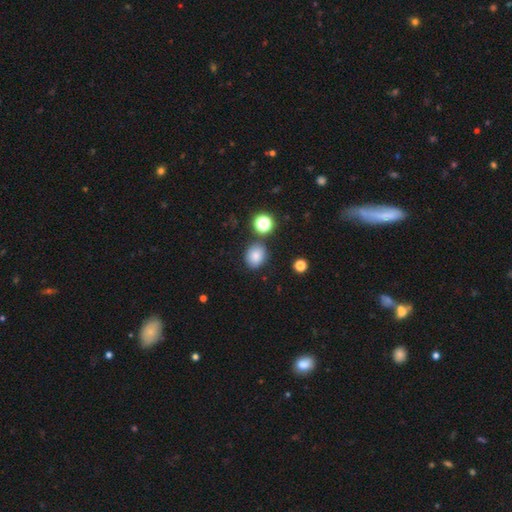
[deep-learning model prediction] Q: Smooth or featured?
A: smooth (80%); runner-up: star or artifact (13%)
Q: How rounded?
A: round (64%); runner-up: in between (35%)
Q: Merging?
A: none (79%); runner-up: minor disturbance (11%)